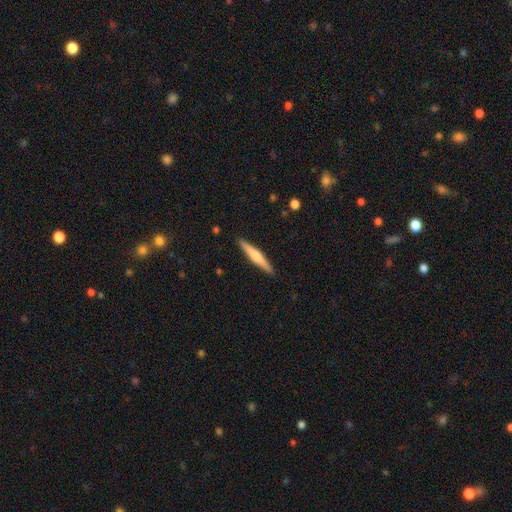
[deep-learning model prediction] smooth-or-featured: smooth: 48% | featured or disk: 47% | star or artifact: 5%
  merging: none: 91% | minor disturbance: 6% | major disturbance: 1% | merger: 1%